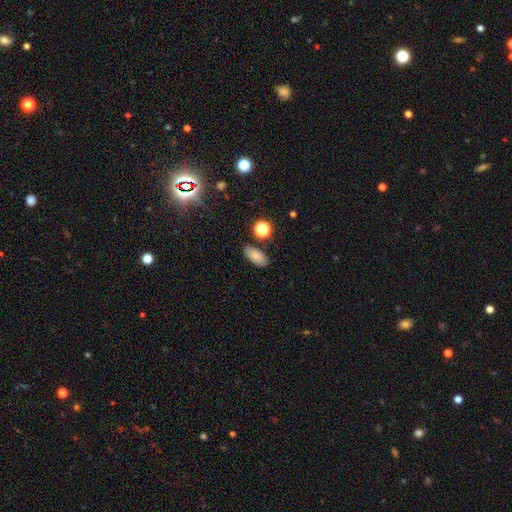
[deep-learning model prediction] Smooth or featured?
  - smooth: 78% *
  - star or artifact: 12%
  - featured or disk: 11%
How rounded?
  - in between: 88% *
  - round: 6%
  - cigar-shaped: 6%
Merging?
  - none: 83% *
  - minor disturbance: 11%
  - merger: 4%
  - major disturbance: 3%